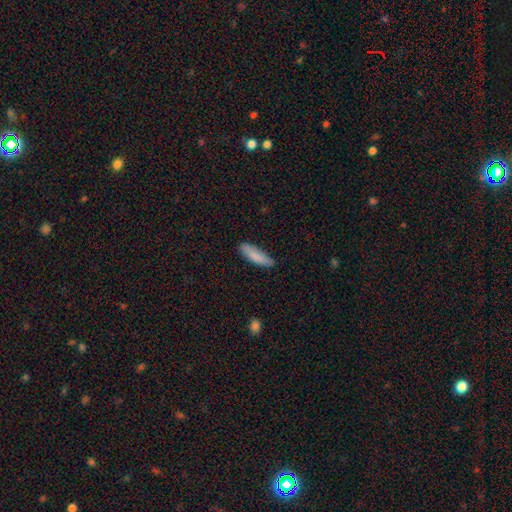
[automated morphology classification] Overall: smooth (85%). How rounded: cigar-shaped (64%; in between 35%). Merging: none (78%).